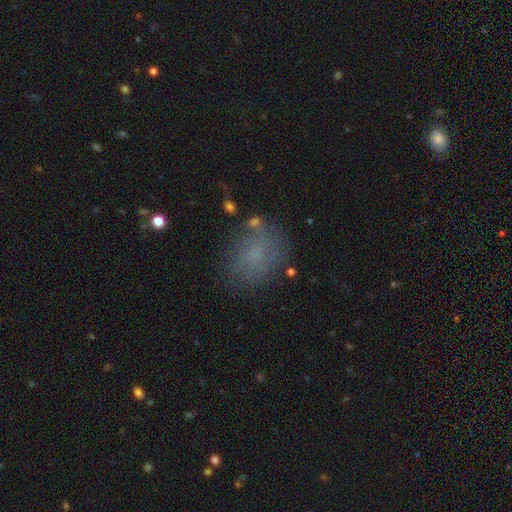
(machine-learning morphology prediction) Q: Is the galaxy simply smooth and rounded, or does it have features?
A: smooth — 61%.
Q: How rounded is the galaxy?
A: in between — 55%.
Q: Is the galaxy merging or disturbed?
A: none — 68%.